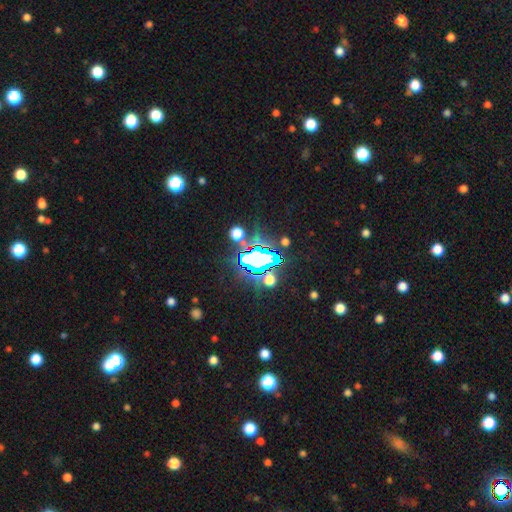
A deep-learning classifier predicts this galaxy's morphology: A star or artifact, not a galaxy (68%).